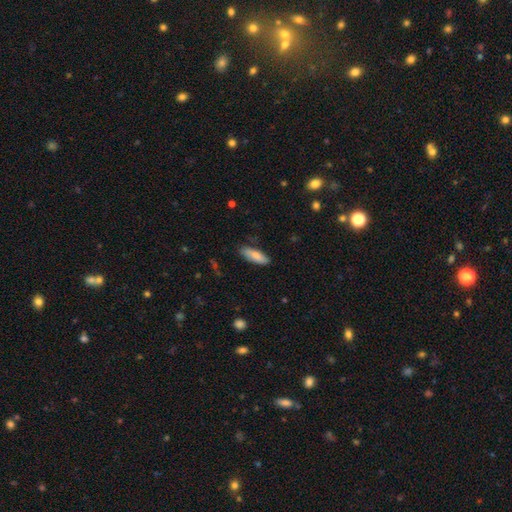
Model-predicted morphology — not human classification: smooth 79%, featured or disk 15%, star or artifact 6%. Down the decision tree: how rounded — in between (62%); merging — none (79%).